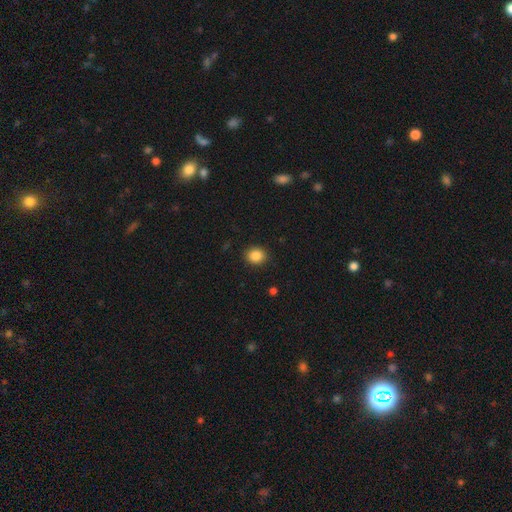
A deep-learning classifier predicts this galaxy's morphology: This appears to be a smooth galaxy with no disk features (86%) that is round (76%). Merging: none (90%).